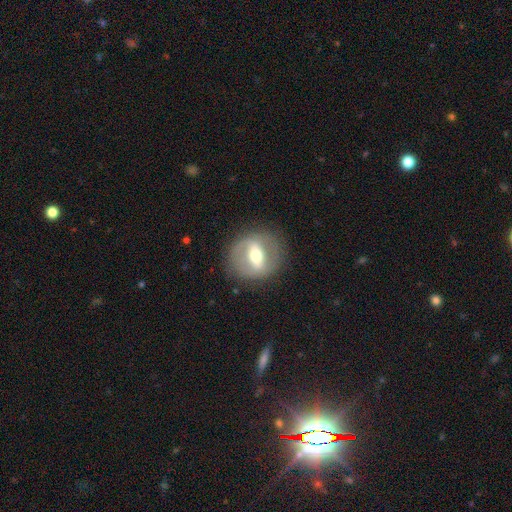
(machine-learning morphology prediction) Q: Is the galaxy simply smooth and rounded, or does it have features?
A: featured or disk — 66%.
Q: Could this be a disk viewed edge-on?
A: no — 91%.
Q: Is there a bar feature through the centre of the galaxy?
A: strong — 55%.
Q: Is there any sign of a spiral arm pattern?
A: no — 55%.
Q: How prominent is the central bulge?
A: moderate — 69%.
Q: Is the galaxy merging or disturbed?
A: none — 81%.